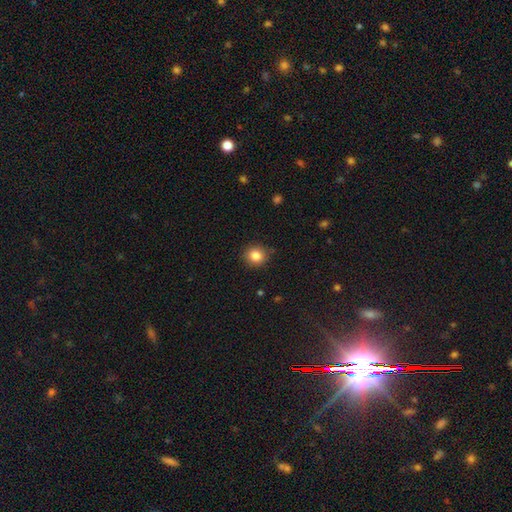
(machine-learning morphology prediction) Overall: smooth (84%). How rounded: round (87%). Merging: none (88%).